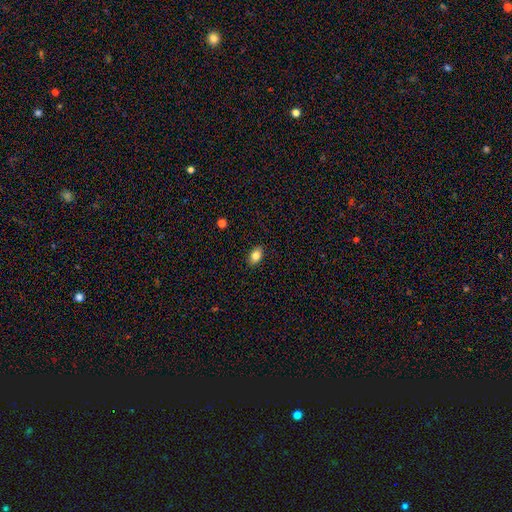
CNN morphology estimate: smooth_or_featured: smooth (p=0.83) [alt: star or artifact p=0.09]
how_rounded: in between (p=0.87) [alt: round p=0.11]
merging: none (p=0.88) [alt: minor disturbance p=0.09]